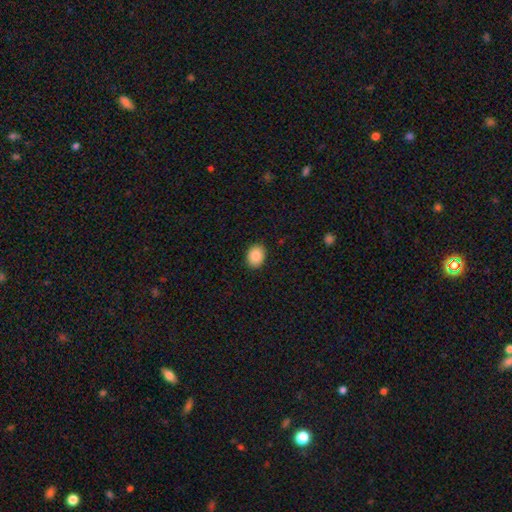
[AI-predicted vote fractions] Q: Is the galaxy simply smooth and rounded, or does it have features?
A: smooth — 89%.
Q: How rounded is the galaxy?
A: in between — 62%.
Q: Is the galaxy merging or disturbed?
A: none — 90%.